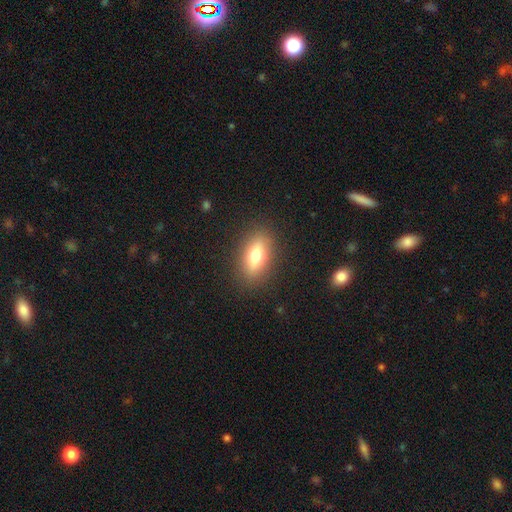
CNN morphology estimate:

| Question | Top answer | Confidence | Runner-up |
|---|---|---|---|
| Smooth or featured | smooth | 70% | featured or disk (21%) |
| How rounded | in between | 78% | cigar-shaped (14%) |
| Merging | none | 88% | minor disturbance (8%) |